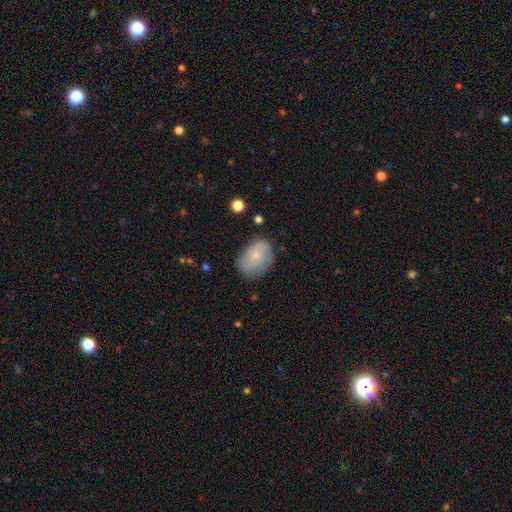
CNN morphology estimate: Smooth or featured?
  - smooth: 60% *
  - featured or disk: 32%
  - star or artifact: 8%
How rounded?
  - in between: 75% *
  - round: 24%
  - cigar-shaped: 1%
Merging?
  - none: 61% *
  - minor disturbance: 28%
  - major disturbance: 9%
  - merger: 2%